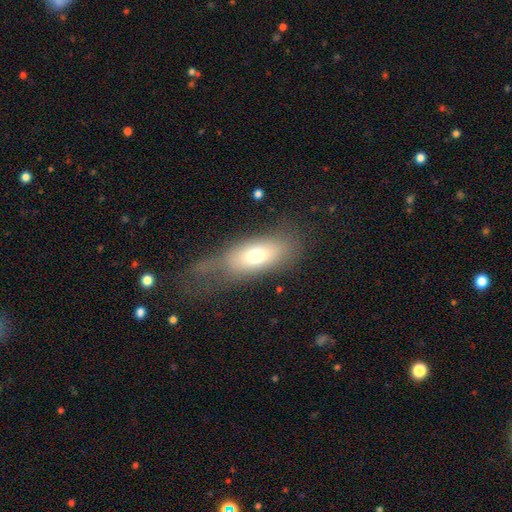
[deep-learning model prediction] Smooth or featured? smooth (68%)
How rounded? in between (81%)
Merging? none (38%)